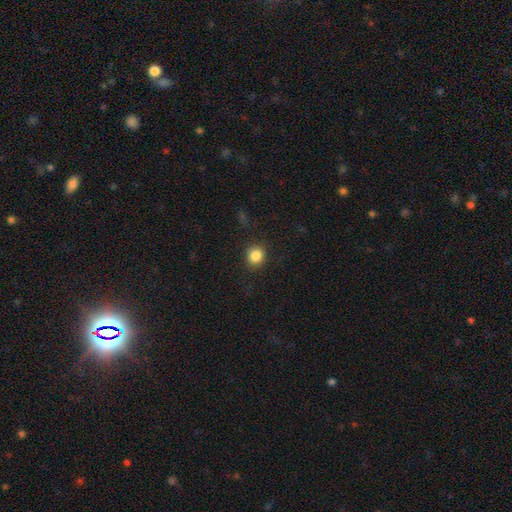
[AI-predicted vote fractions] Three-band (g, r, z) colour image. It shows a smooth galaxy with no disk features (85%) that is round (78%). Merging: none (88%).